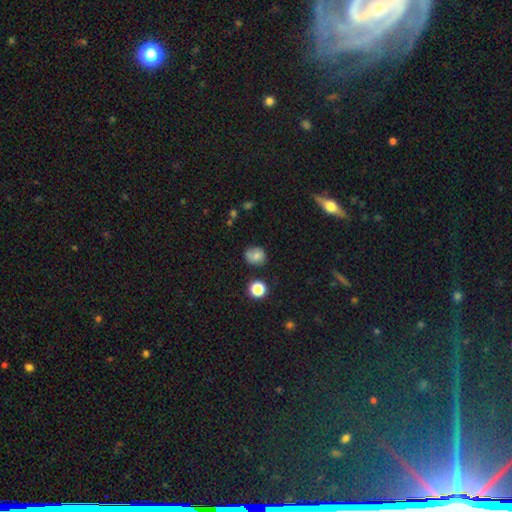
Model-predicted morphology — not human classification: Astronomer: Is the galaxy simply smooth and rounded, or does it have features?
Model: smooth — 75%.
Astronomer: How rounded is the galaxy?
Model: round — 74%.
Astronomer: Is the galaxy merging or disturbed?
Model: none — 70%.